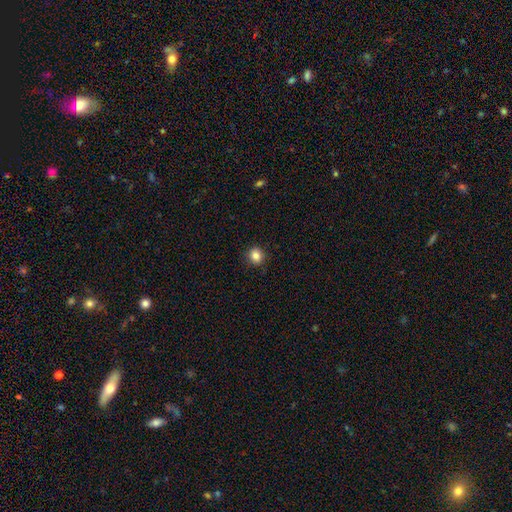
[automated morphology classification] Smooth or featured? smooth (84%)
How rounded? round (84%)
Merging? none (89%)